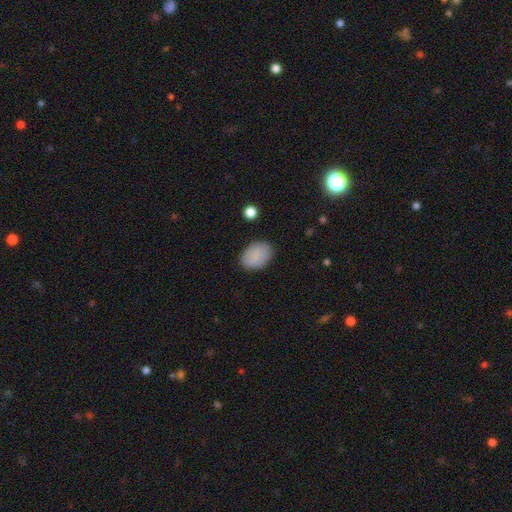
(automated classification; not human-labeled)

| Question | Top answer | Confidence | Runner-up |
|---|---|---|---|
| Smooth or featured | smooth | 87% | star or artifact (7%) |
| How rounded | in between | 83% | round (16%) |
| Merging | none | 83% | minor disturbance (12%) |